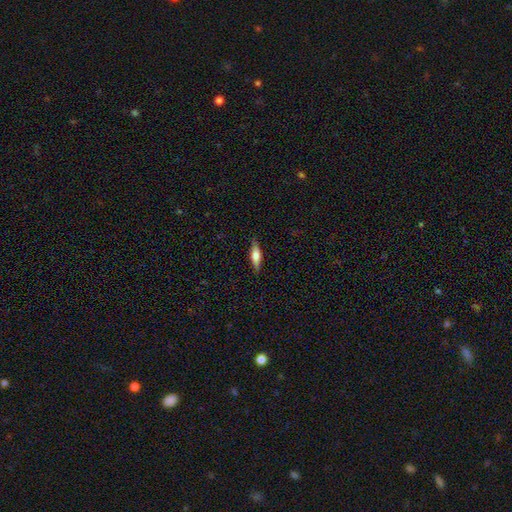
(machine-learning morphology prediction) smooth 63%, featured or disk 31%, star or artifact 6%. Down the decision tree: how rounded — cigar-shaped (54%); merging — none (86%).